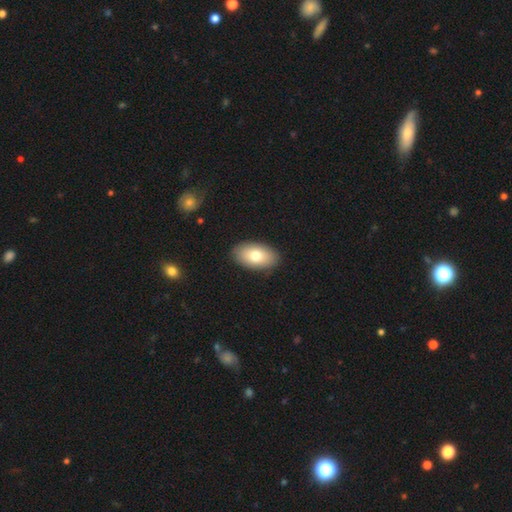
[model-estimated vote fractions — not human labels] Smooth or featured?
  - smooth: 76% *
  - featured or disk: 18%
  - star or artifact: 7%
How rounded?
  - in between: 93% *
  - round: 5%
  - cigar-shaped: 1%
Merging?
  - none: 89% *
  - minor disturbance: 8%
  - major disturbance: 2%
  - merger: 1%